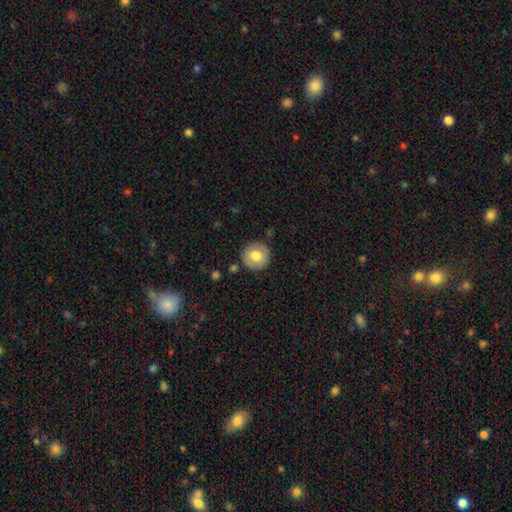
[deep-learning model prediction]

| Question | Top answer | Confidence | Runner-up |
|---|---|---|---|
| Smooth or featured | smooth | 72% | featured or disk (21%) |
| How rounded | round | 94% | in between (5%) |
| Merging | none | 87% | minor disturbance (9%) |